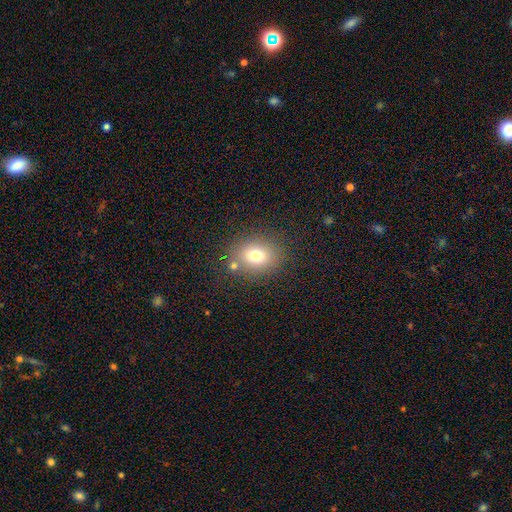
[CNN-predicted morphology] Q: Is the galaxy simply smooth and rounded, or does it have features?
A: smooth — 73%.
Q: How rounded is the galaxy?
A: round — 55%.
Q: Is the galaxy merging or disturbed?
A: none — 78%.